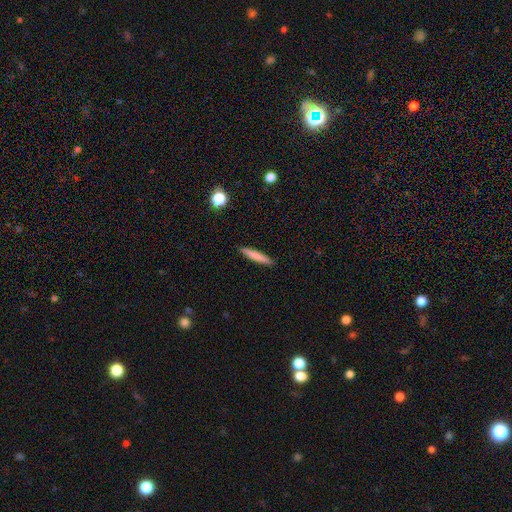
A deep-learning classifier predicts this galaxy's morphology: Smooth or featured? smooth (78%)
How rounded? cigar-shaped (93%)
Merging? none (90%)